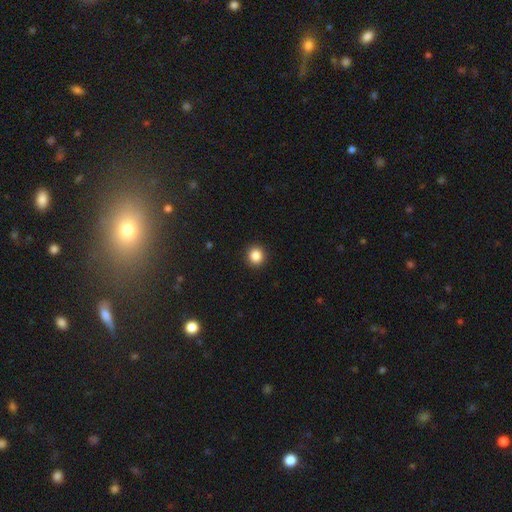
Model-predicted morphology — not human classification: Smooth or featured? Predicted: smooth (p=0.86). How rounded? Predicted: round (p=0.92). Merging? Predicted: none (p=0.93).